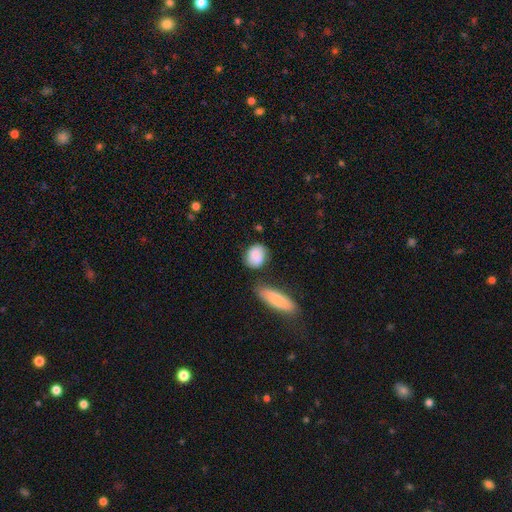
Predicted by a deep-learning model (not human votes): Smooth or featured?
  - smooth: 82% *
  - featured or disk: 10%
  - star or artifact: 7%
How rounded?
  - in between: 52% *
  - round: 45%
  - cigar-shaped: 3%
Merging?
  - none: 62% *
  - minor disturbance: 20%
  - merger: 11%
  - major disturbance: 6%